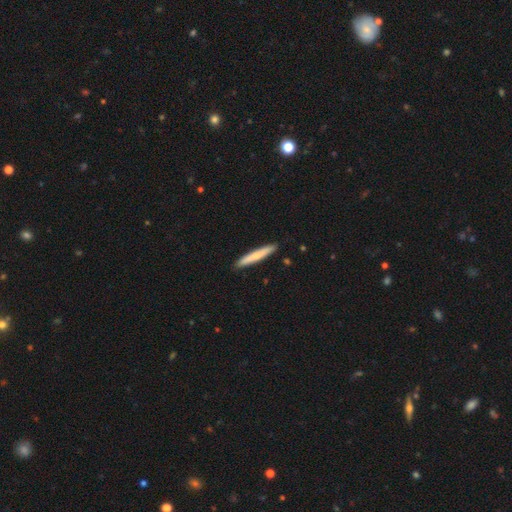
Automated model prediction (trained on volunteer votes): This appears to be a smooth galaxy with no disk features (62%) that is cigar-shaped (94%). Merging: none (90%).